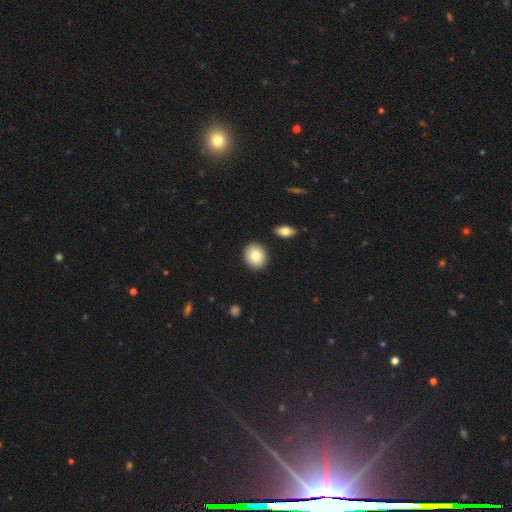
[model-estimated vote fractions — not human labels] Morphology: type=smooth (80%); roundness=round (61%); merging=none (88%).